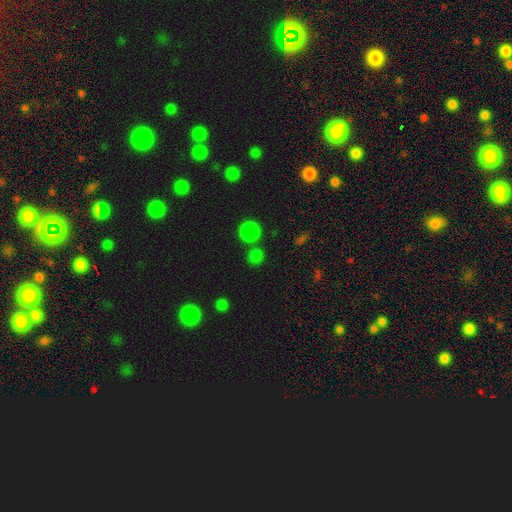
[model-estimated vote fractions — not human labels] Morphology: type=smooth (73%); roundness=round (86%); merging=none (73%).